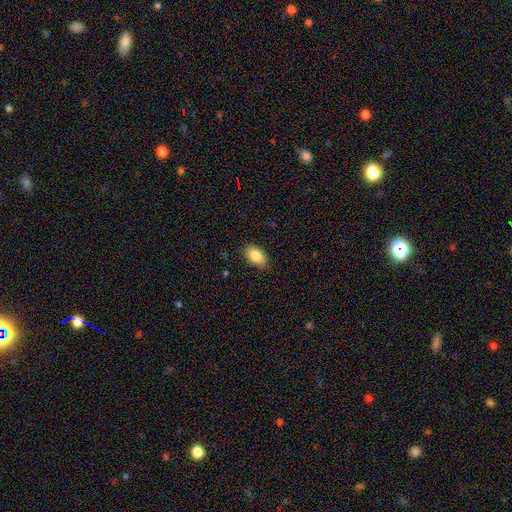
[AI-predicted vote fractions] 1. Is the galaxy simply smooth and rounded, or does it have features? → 84% smooth, 9% featured or disk, 7% star or artifact.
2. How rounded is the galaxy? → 92% in between, 6% round, 2% cigar-shaped.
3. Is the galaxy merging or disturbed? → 86% none, 11% minor disturbance, 2% major disturbance, 1% merger.